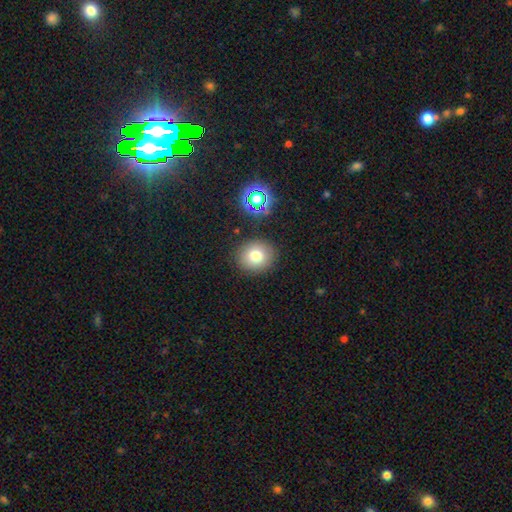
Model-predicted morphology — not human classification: A smooth galaxy with no disk features (75%) that is round (78%). Merging: none (87%).